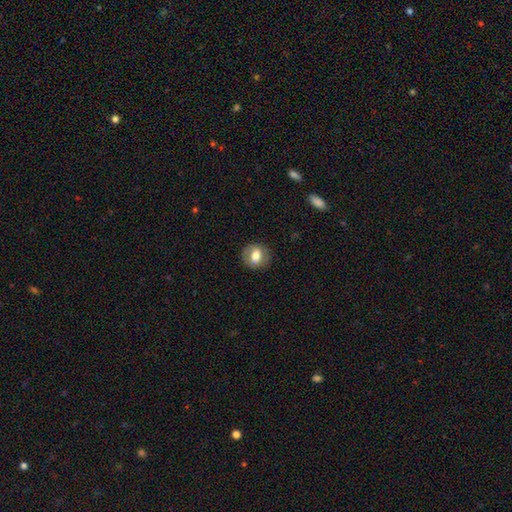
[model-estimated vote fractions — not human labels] Smooth or featured? Predicted: smooth (p=0.62). How rounded? Predicted: round (p=0.69). Merging? Predicted: none (p=0.84).